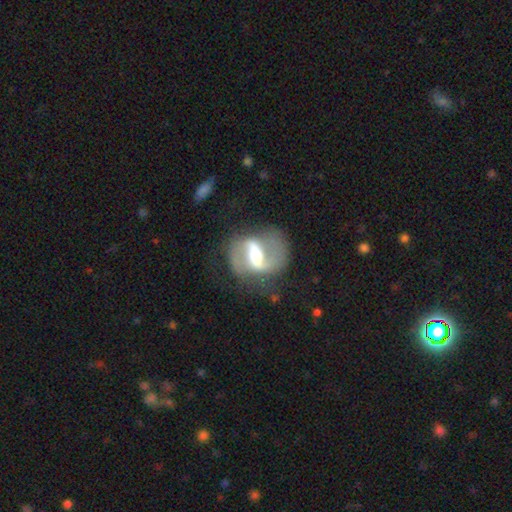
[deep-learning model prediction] Smooth or featured?
  - featured or disk: 84% *
  - smooth: 10%
  - star or artifact: 6%
Edge-on disk?
  - no: 96% *
  - yes: 4%
Bar?
  - strong: 53% *
  - weak: 36%
  - no: 11%
Spiral arms?
  - yes: 90% *
  - no: 10%
Spiral winding?
  - medium: 49% *
  - loose: 36%
  - tight: 15%
Spiral arm count?
  - 2: 87% *
  - 1: 5%
  - can't tell: 5%
  - 3: 1%
  - 4: 1%
  - more than 4: 1%
Bulge size?
  - moderate: 58% *
  - small: 20%
  - large: 17%
  - none: 3%
  - dominant: 2%
Merging?
  - none: 67% *
  - minor disturbance: 17%
  - major disturbance: 13%
  - merger: 3%